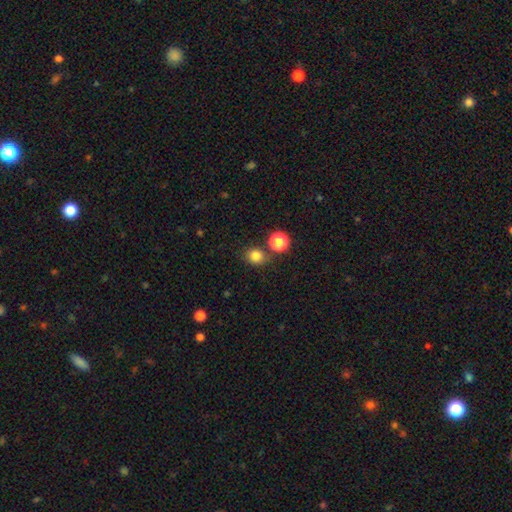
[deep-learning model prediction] Smooth or featured?
  - smooth: 81% *
  - star or artifact: 13%
  - featured or disk: 5%
How rounded?
  - round: 71% *
  - in between: 28%
  - cigar-shaped: 1%
Merging?
  - none: 75% *
  - merger: 12%
  - minor disturbance: 10%
  - major disturbance: 3%